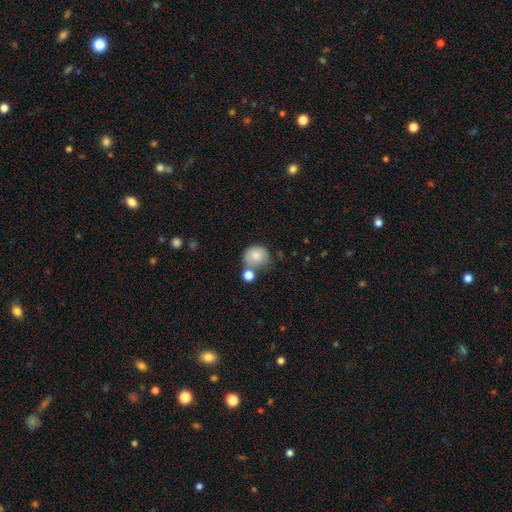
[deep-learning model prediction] This is likely a smooth galaxy (80%). How rounded: likely round (75%). Merging: marginally none (45%).